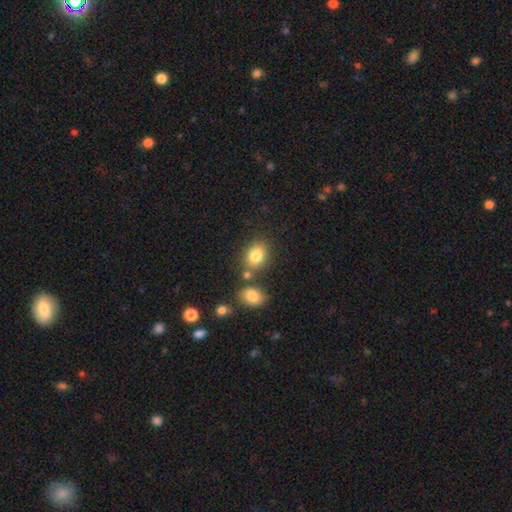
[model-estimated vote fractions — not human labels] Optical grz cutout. It shows a smooth galaxy with no disk features (82%) that is in between round and cigar-shaped (60%). Merging: none (66%).